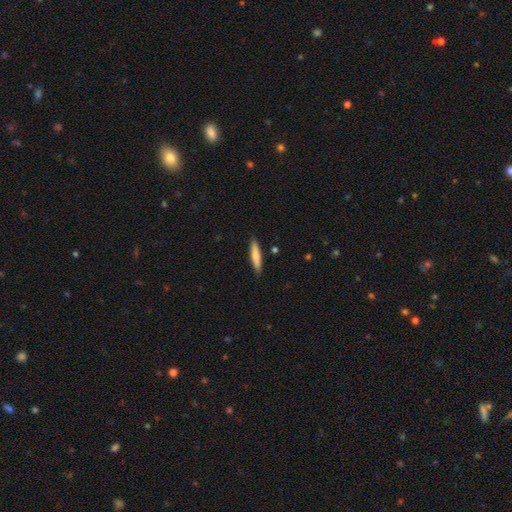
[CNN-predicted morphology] This appears to be a smooth galaxy with no disk features (72%) that is cigar-shaped (86%). Merging: none (88%).